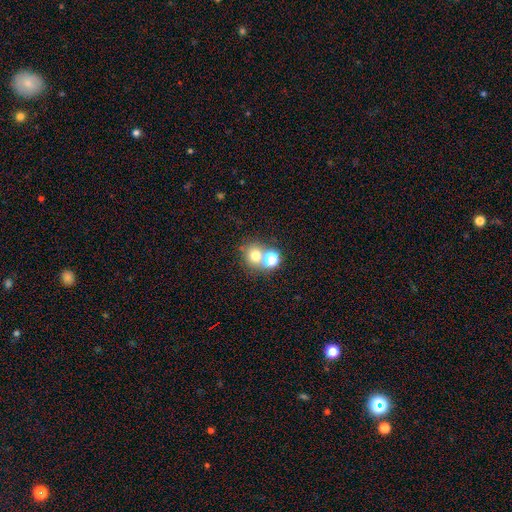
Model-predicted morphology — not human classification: This is likely a smooth galaxy (70%). How rounded: clearly round (83%). Merging: possibly none (55%).